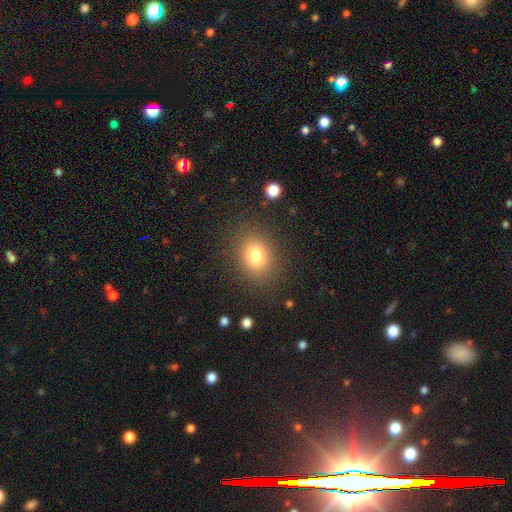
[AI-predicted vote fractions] smooth 78%, star or artifact 13%, featured or disk 9%. Down the decision tree: how rounded — round (51%); merging — none (85%).